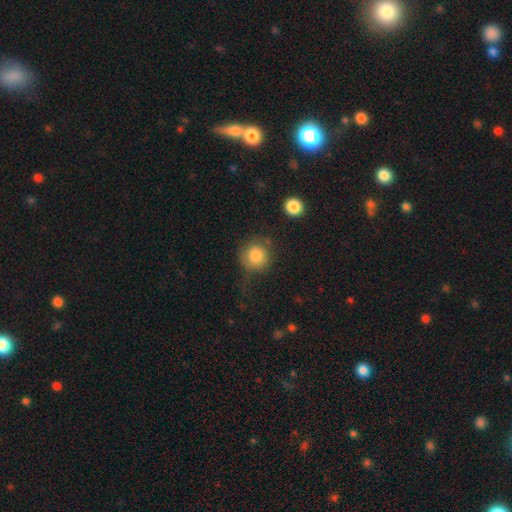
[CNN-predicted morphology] This is clearly a smooth galaxy (82%). How rounded: clearly round (90%). Merging: likely none (61%).